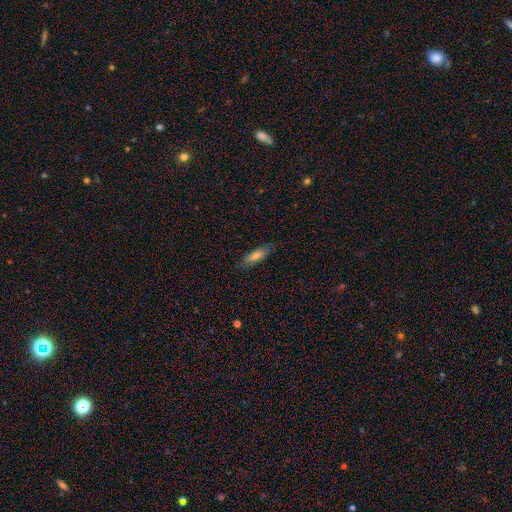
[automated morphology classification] smooth-or-featured: smooth: 67% | featured or disk: 26% | star or artifact: 7%
  how-rounded: cigar-shaped: 56% | in between: 42% | round: 2%
  merging: none: 85% | minor disturbance: 12% | major disturbance: 2% | merger: 1%